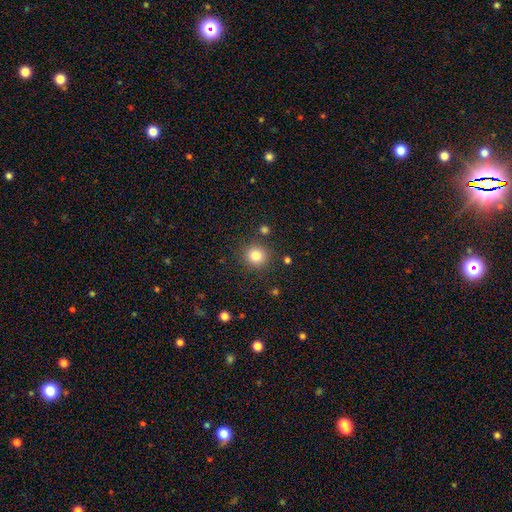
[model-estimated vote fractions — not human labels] smooth-or-featured: smooth: 82% | star or artifact: 12% | featured or disk: 6%
  how-rounded: round: 91% | in between: 8% | cigar-shaped: 1%
  merging: none: 86% | minor disturbance: 8% | merger: 3% | major disturbance: 3%